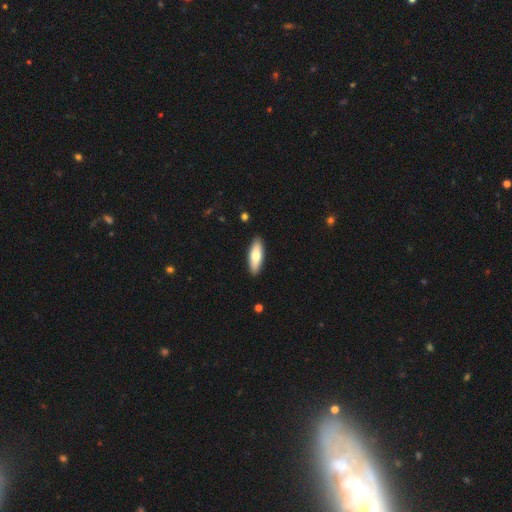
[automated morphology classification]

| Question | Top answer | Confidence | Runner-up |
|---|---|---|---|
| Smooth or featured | smooth | 73% | featured or disk (22%) |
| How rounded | in between | 57% | cigar-shaped (41%) |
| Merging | none | 90% | minor disturbance (8%) |